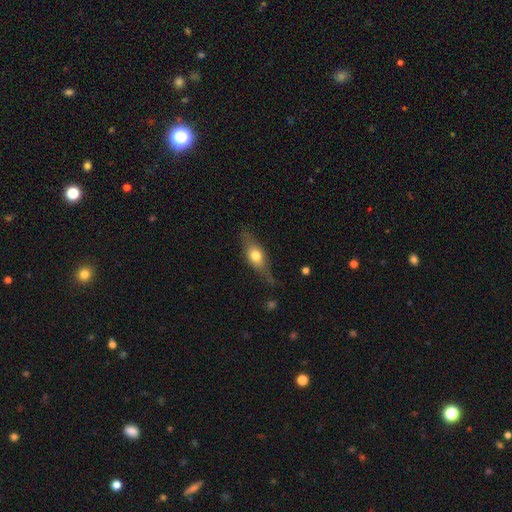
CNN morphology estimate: smooth 55%, featured or disk 37%, star or artifact 7%. Down the decision tree: how rounded — in between (61%); merging — none (67%).